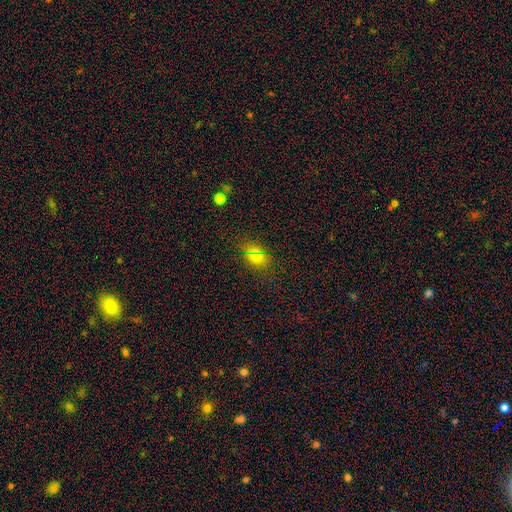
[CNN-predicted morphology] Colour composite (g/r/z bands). It shows a smooth galaxy with no disk features (68%) that is in between round and cigar-shaped (77%). Merging: none (85%).